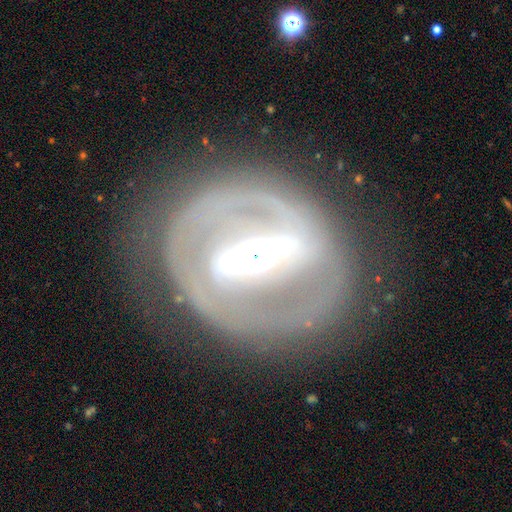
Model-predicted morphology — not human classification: The model was most divided on "spiral arms": yes: 60%, no: 40%. More confident: edge-on disk — no (87%); smooth or featured — featured or disk (83%); bar — strong (83%); merging — none (73%); bulge size — moderate (55%).